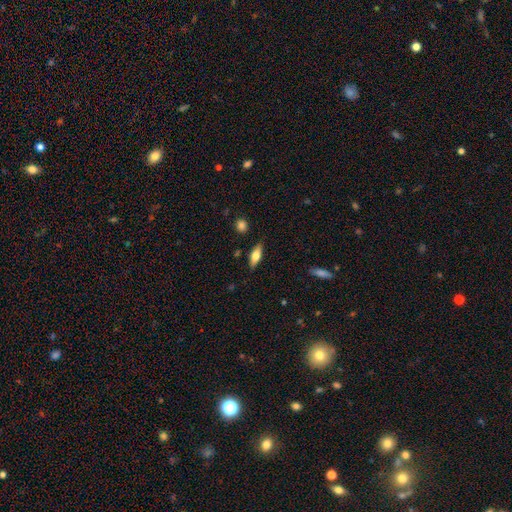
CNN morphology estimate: Overall: smooth (57%; featured or disk 36%). How rounded: in between (64%; cigar-shaped 32%). Merging: none (85%).